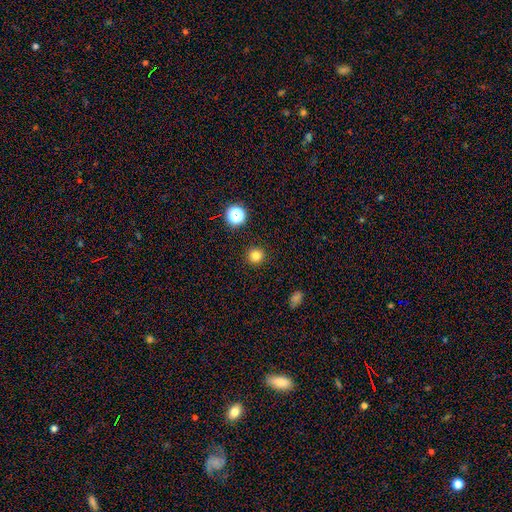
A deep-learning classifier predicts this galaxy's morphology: smooth 79%, star or artifact 16%, featured or disk 5%. Down the decision tree: how rounded — round (95%); merging — none (92%).